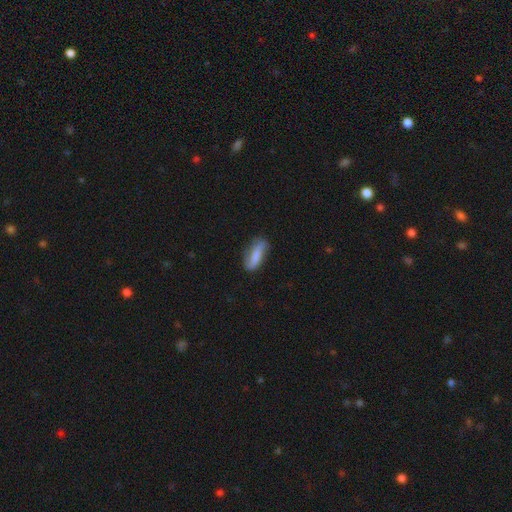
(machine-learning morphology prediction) A smooth galaxy with no disk features (64%) that is in between round and cigar-shaped (59%).

Vote fractions:
- Smooth or featured? smooth: 64% / featured or disk: 29% / star or artifact: 7%
- How rounded? in between: 59% / cigar-shaped: 38% / round: 3%
- Merging? none: 64% / minor disturbance: 26% / major disturbance: 8% / merger: 2%